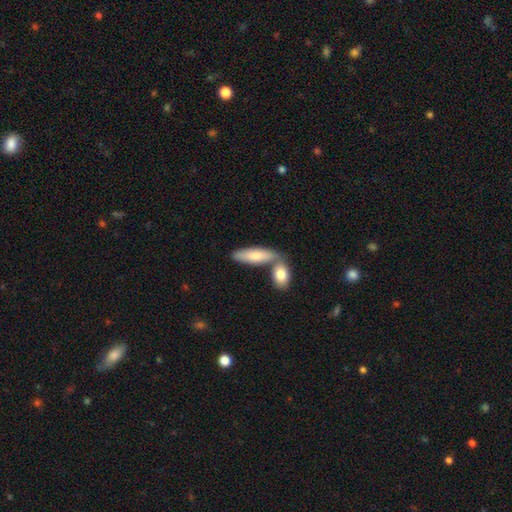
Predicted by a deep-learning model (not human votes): A smooth galaxy with no disk features (76%) that is in between round and cigar-shaped (59%). Merging: none (46%).